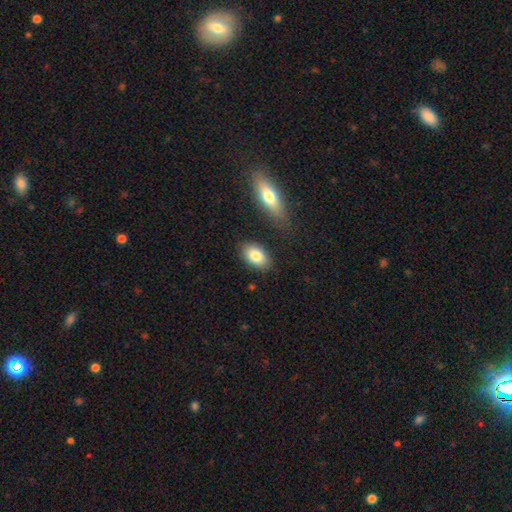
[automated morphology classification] type=smooth (83%); roundness=in between (90%); merging=none (83%).